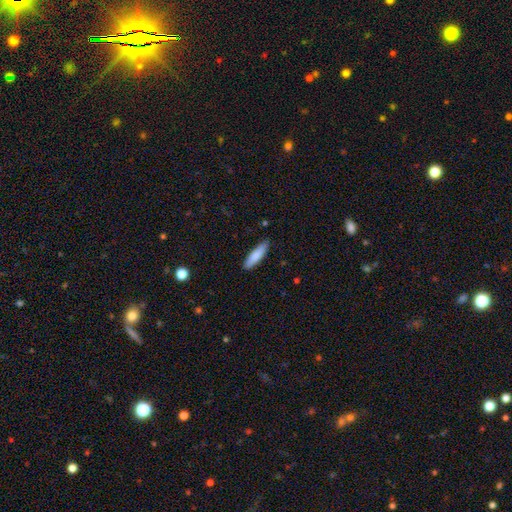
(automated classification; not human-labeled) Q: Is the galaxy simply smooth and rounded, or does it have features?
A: smooth — 84%.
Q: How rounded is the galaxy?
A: cigar-shaped — 70%.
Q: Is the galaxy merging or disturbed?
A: none — 87%.